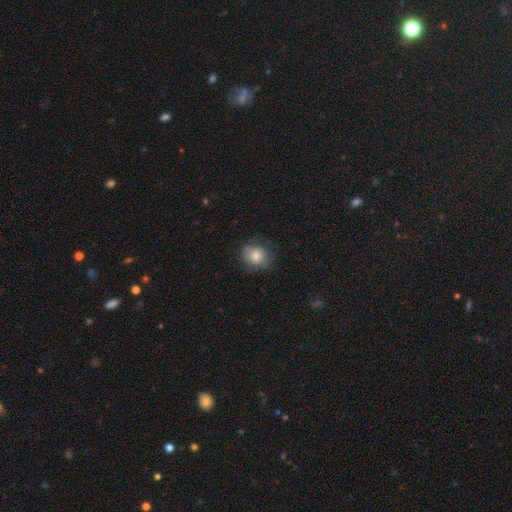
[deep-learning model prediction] Q: Smooth or featured?
A: smooth (74%); runner-up: featured or disk (16%)
Q: How rounded?
A: round (76%); runner-up: in between (23%)
Q: Merging?
A: none (71%); runner-up: minor disturbance (20%)